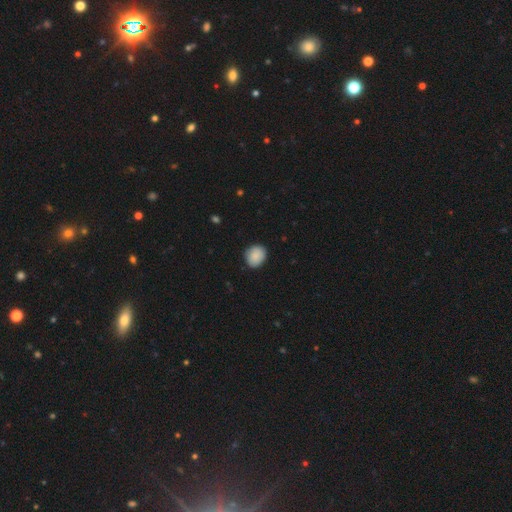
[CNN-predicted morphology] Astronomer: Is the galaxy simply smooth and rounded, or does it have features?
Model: smooth — 88%.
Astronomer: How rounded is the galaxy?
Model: round — 66%.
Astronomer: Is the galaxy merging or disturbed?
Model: none — 84%.